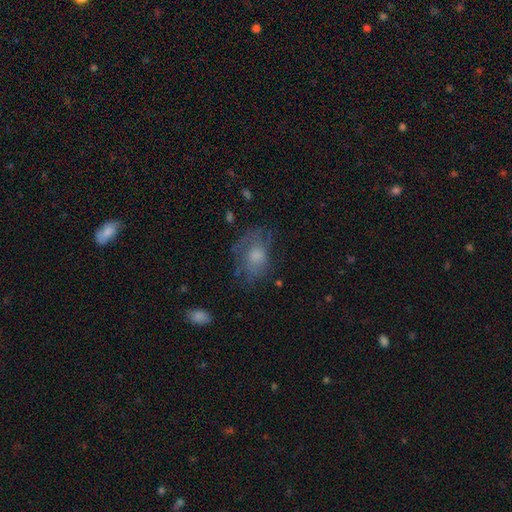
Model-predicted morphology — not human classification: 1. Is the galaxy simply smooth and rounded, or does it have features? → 47% smooth, 40% featured or disk, 13% star or artifact.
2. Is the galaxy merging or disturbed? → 56% none, 24% minor disturbance, 18% major disturbance, 2% merger.